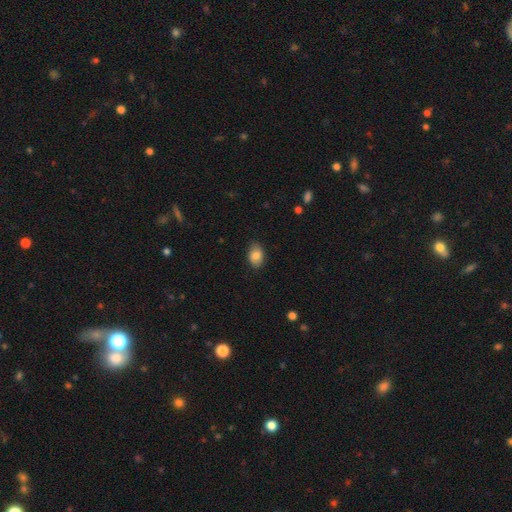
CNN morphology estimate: Q: Smooth or featured?
A: smooth (83%); runner-up: featured or disk (9%)
Q: How rounded?
A: in between (84%); runner-up: round (15%)
Q: Merging?
A: none (82%); runner-up: minor disturbance (15%)